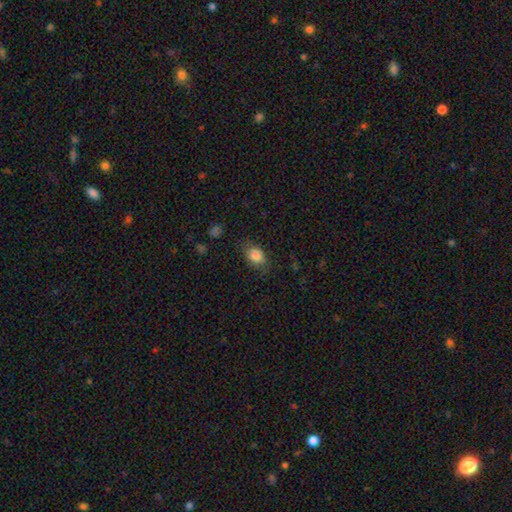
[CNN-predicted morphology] Smooth or featured? smooth (82%)
How rounded? in between (71%)
Merging? none (73%)